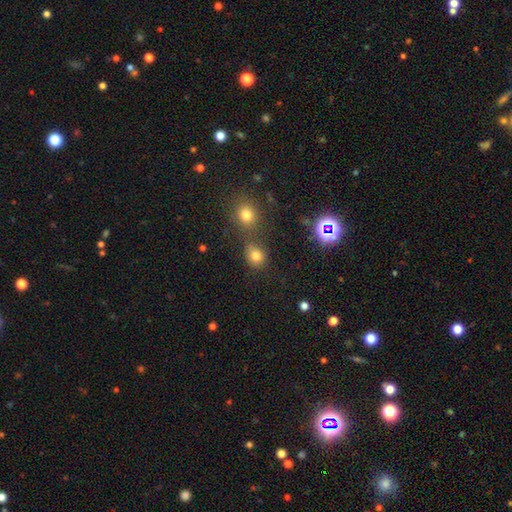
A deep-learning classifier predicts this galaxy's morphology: This is likely a smooth galaxy (76%). How rounded: likely round (72%). Merging: likely none (63%).